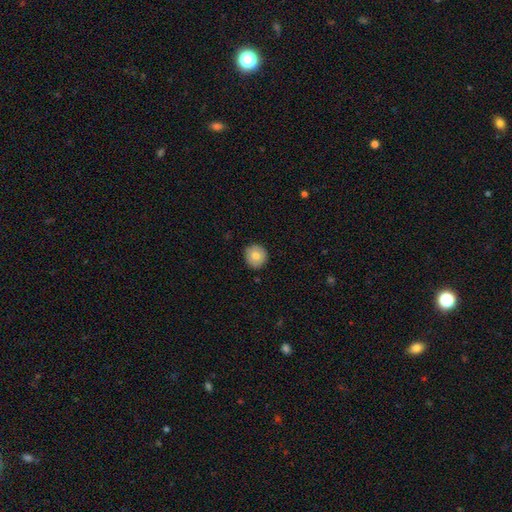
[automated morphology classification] This appears to be a smooth galaxy with no disk features (76%) that is round (92%). Merging: none (90%).